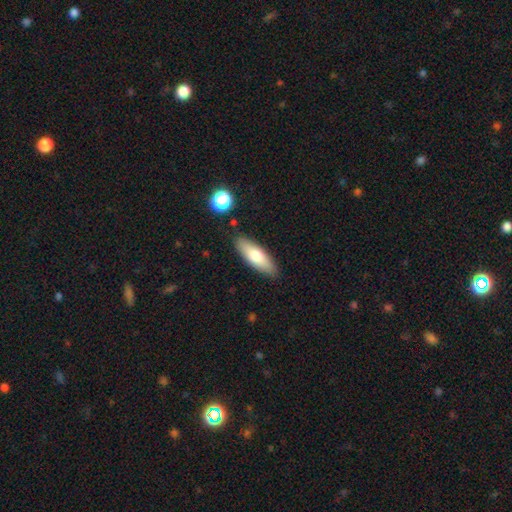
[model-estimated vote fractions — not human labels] This is likely a smooth galaxy (72%). How rounded: possibly in between (58%). Merging: clearly none (85%).